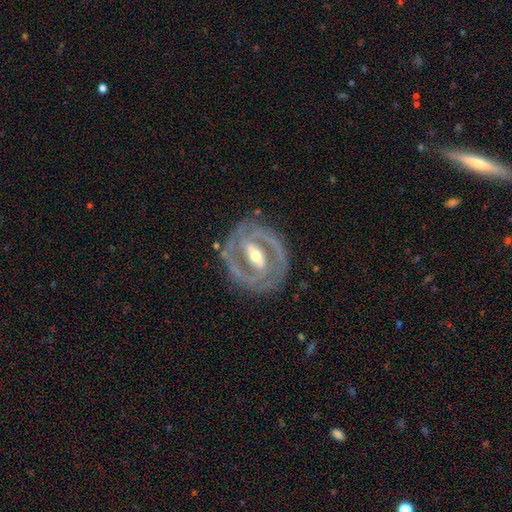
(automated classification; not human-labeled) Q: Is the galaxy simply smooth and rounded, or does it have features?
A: featured or disk — 89%.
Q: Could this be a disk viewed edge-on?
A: no — 95%.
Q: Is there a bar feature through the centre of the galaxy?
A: strong — 64%.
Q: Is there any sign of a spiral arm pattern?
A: yes — 92%.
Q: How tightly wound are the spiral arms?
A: tight — 62%.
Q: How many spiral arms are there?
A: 2 — 82%.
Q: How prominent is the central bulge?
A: moderate — 59%.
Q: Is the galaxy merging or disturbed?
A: none — 81%.